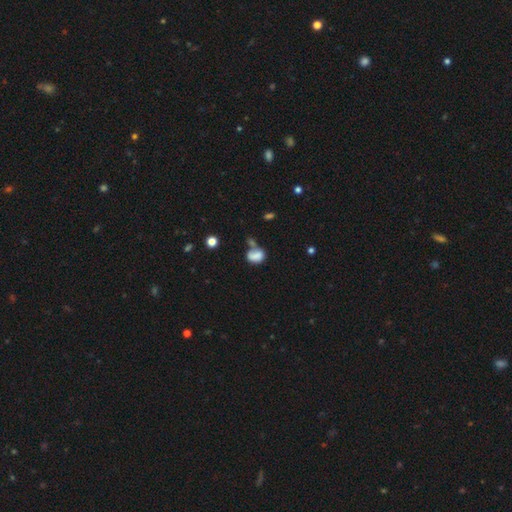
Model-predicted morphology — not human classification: Smooth or featured: smooth — 71% (featured or disk — 17%)
How rounded: in between — 73% (round — 26%)
Merging: merger — 39% (none — 27%)